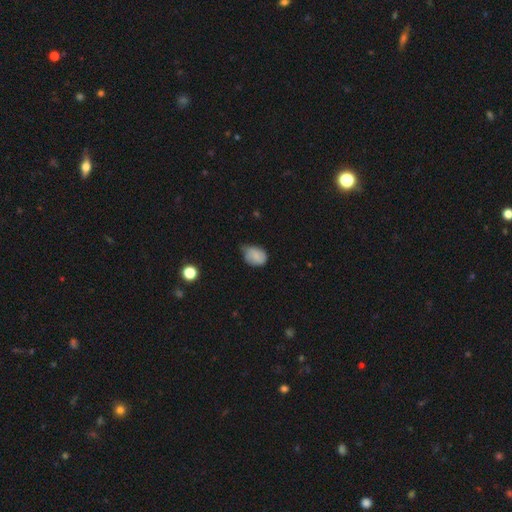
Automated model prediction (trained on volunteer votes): The model was most divided on "merging": minor disturbance: 50%, none: 37%, major disturbance: 11%, merger: 2%. More confident: smooth or featured — smooth (77%); how rounded — in between (67%).